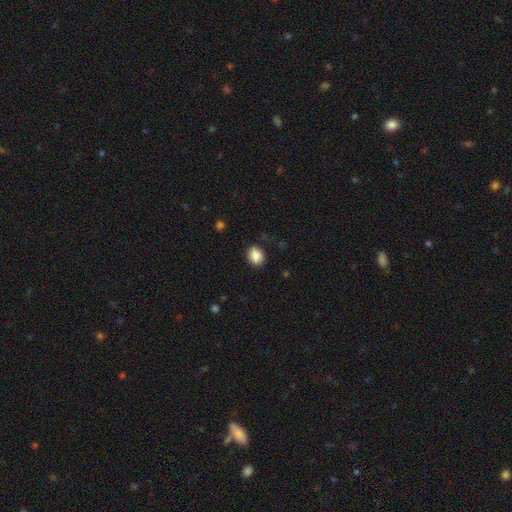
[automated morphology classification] A smooth galaxy with no disk features (88%) that is round (59%). Merging: none (86%).